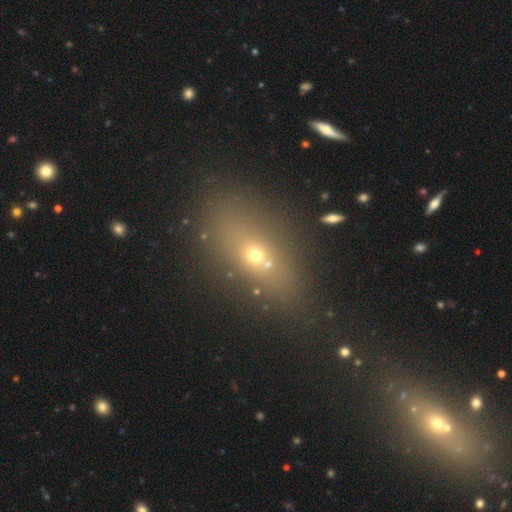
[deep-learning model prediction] A smooth galaxy with no disk features (50%) that is in between round and cigar-shaped (63%).

Vote fractions:
- Smooth or featured? smooth: 50% / star or artifact: 26% / featured or disk: 24%
- How rounded? in between: 63% / round: 26% / cigar-shaped: 11%
- Merging? none: 66% / merger: 16% / minor disturbance: 11% / major disturbance: 7%